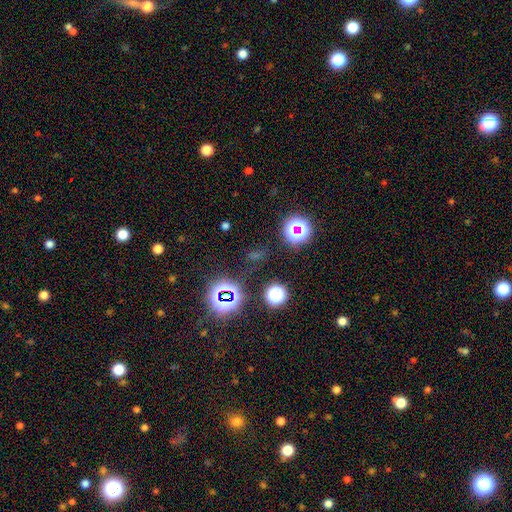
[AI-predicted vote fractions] Smooth or featured? Predicted: star or artifact (p=0.75).